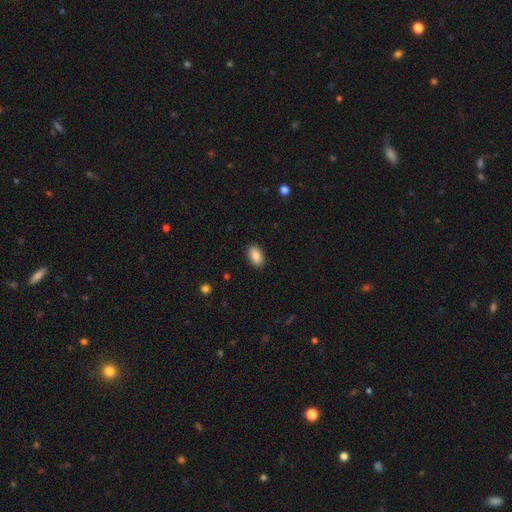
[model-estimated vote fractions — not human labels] smooth-or-featured: smooth: 88% | star or artifact: 7% | featured or disk: 5%
  how-rounded: in between: 93% | round: 5% | cigar-shaped: 2%
  merging: none: 90% | minor disturbance: 7% | major disturbance: 2% | merger: 1%